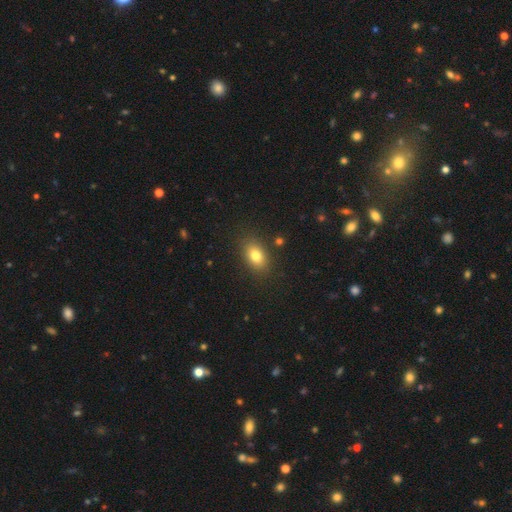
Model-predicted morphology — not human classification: smooth_or_featured: smooth (p=0.80) [alt: featured or disk p=0.10]
how_rounded: in between (p=0.81) [alt: round p=0.17]
merging: none (p=0.85) [alt: minor disturbance p=0.10]